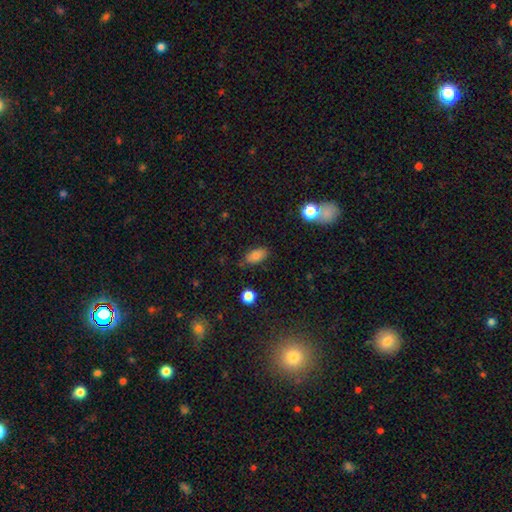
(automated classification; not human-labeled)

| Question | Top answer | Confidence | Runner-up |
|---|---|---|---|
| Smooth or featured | smooth | 79% | featured or disk (11%) |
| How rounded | in between | 89% | round (7%) |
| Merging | none | 77% | minor disturbance (17%) |